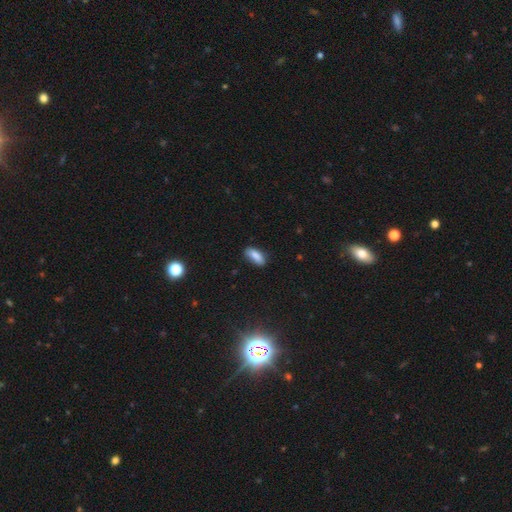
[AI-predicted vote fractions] Q: Smooth or featured?
A: smooth (84%); runner-up: star or artifact (8%)
Q: How rounded?
A: in between (79%); runner-up: cigar-shaped (18%)
Q: Merging?
A: none (78%); runner-up: minor disturbance (18%)